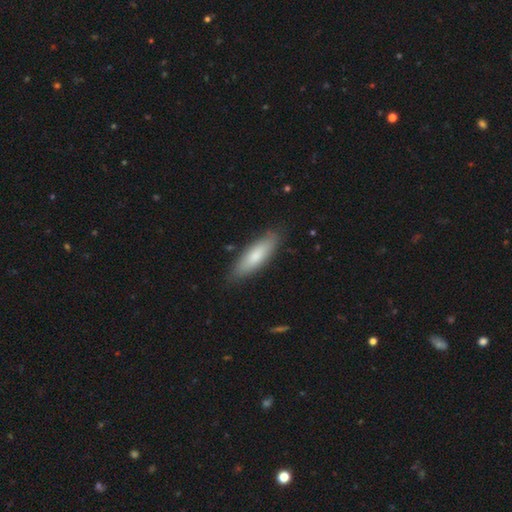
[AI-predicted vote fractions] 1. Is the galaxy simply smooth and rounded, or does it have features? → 75% smooth, 19% featured or disk, 5% star or artifact.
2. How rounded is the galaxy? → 52% cigar-shaped, 46% in between, 2% round.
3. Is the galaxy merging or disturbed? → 85% none, 12% minor disturbance, 2% major disturbance, 1% merger.